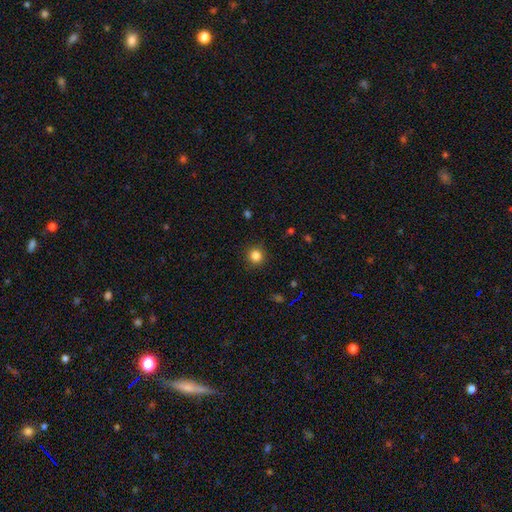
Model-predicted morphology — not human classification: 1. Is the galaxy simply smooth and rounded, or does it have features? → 84% smooth, 12% star or artifact, 4% featured or disk.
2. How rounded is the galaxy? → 92% round, 7% in between, 1% cigar-shaped.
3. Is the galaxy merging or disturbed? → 91% none, 6% minor disturbance, 2% major disturbance, 1% merger.